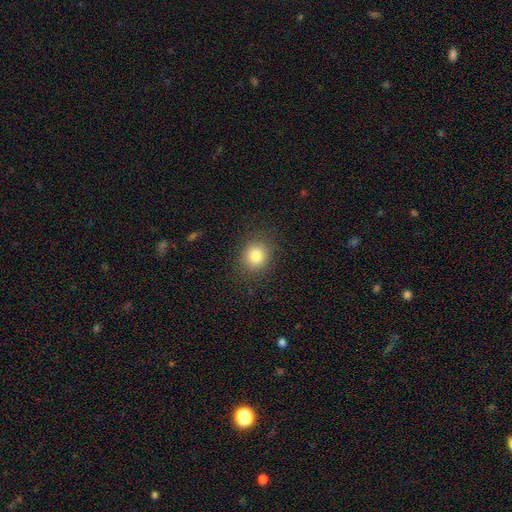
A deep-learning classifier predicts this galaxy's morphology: Overall: smooth (82%). How rounded: round (81%). Merging: none (87%).